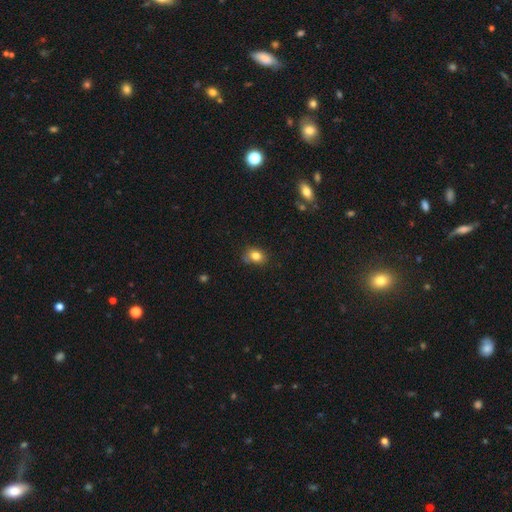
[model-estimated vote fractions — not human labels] A smooth galaxy with no disk features (82%) that is in between round and cigar-shaped (57%).

Vote fractions:
- Smooth or featured? smooth: 82% / star or artifact: 11% / featured or disk: 8%
- How rounded? in between: 57% / round: 42% / cigar-shaped: 1%
- Merging? none: 70% / minor disturbance: 22% / major disturbance: 4% / merger: 3%